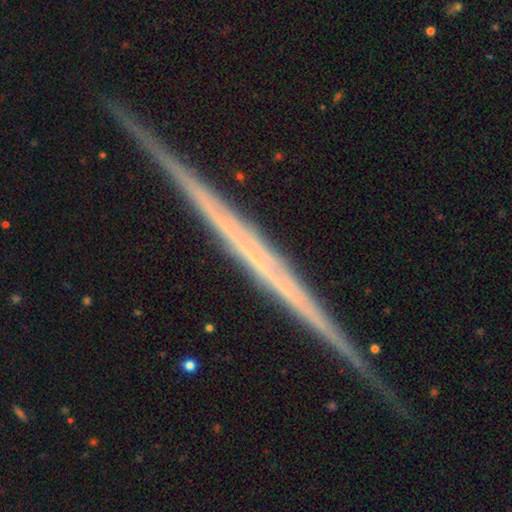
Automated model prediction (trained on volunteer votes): Smooth or featured: featured or disk — 78% (smooth — 13%)
Edge-on disk: yes — 98% (no — 2%)
Edge-on bulge: none — 86% (rounded — 8%)
Merging: none — 90% (minor disturbance — 7%)